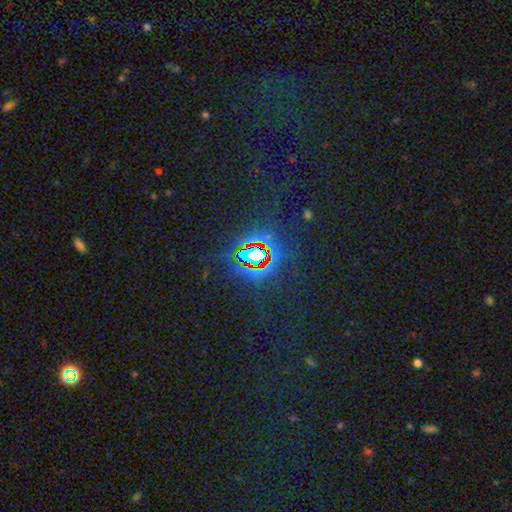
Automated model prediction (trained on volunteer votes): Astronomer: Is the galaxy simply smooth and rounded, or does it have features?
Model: star or artifact — 79%.